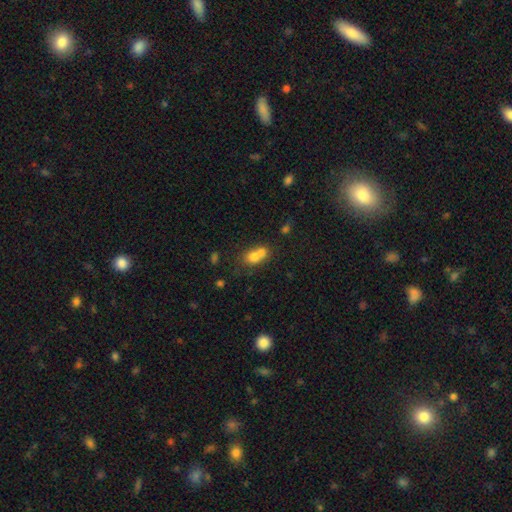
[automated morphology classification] smooth_or_featured: smooth (p=0.71) [alt: featured or disk p=0.17]
how_rounded: round (p=0.51) [alt: in between p=0.47]
merging: merger (p=0.64) [alt: none p=0.25]